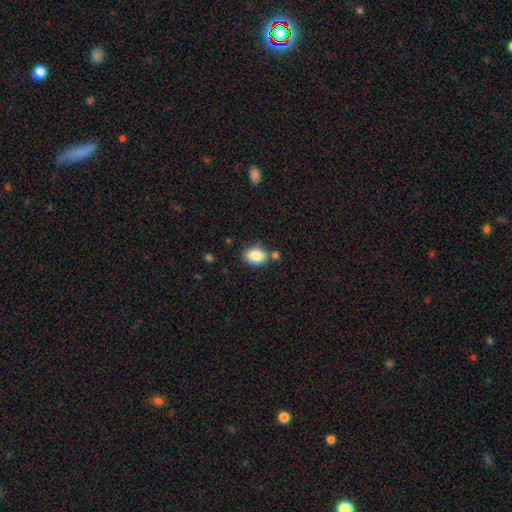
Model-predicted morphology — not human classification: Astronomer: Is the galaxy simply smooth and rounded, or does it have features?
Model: smooth — 86%.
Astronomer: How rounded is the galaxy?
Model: in between — 72%.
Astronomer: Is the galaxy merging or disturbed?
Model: none — 72%.